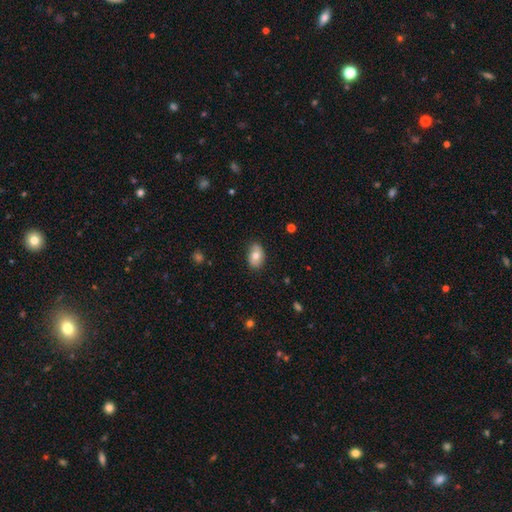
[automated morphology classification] A smooth galaxy with no disk features (73%) that is in between round and cigar-shaped (84%). Merging: none (81%).